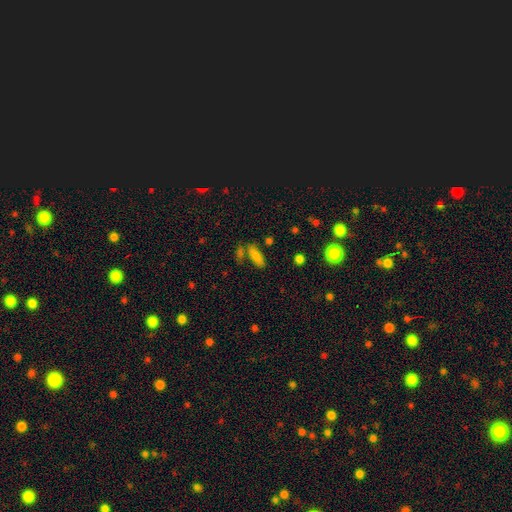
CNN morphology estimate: This is clearly a smooth galaxy (80%). How rounded: likely in between (68%). Merging: likely none (62%).